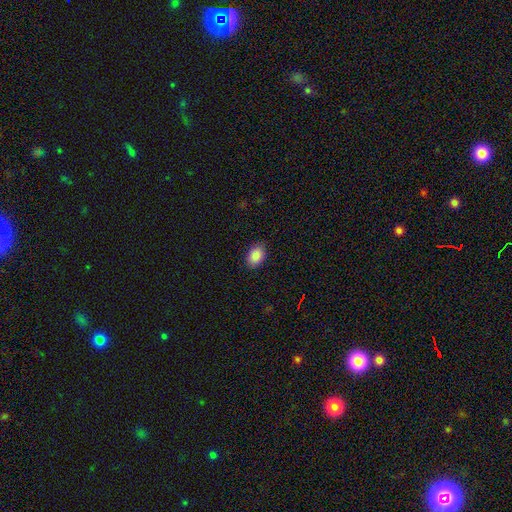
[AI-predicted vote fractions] This is clearly a smooth galaxy (89%). How rounded: clearly in between (83%). Merging: clearly none (87%).